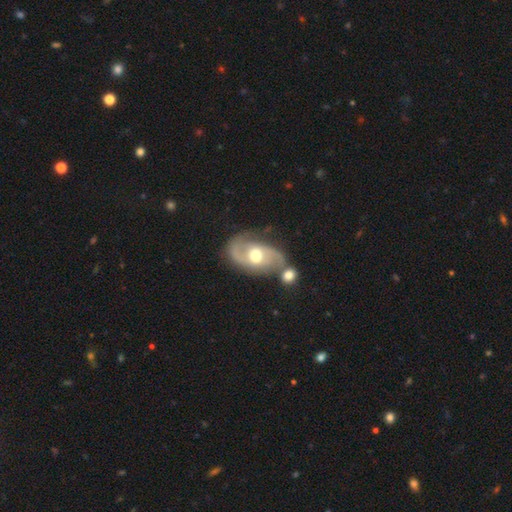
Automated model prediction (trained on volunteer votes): Smooth or featured?
  - featured or disk: 83% *
  - smooth: 11%
  - star or artifact: 5%
Edge-on disk?
  - no: 97% *
  - yes: 3%
Bar?
  - no: 45% *
  - weak: 42%
  - strong: 13%
Spiral arms?
  - yes: 92% *
  - no: 8%
Spiral winding?
  - medium: 48% *
  - loose: 36%
  - tight: 16%
Spiral arm count?
  - 2: 90% *
  - can't tell: 4%
  - 1: 2%
  - 3: 1%
  - 4: 1%
  - more than 4: 1%
Bulge size?
  - moderate: 76% *
  - small: 11%
  - large: 10%
  - dominant: 1%
  - none: 1%
Merging?
  - none: 53% *
  - merger: 22%
  - minor disturbance: 17%
  - major disturbance: 8%